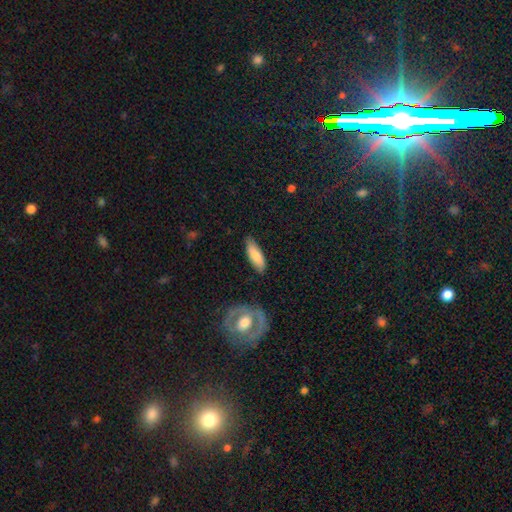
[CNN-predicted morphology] Smooth or featured? smooth (80%)
How rounded? in between (60%)
Merging? none (80%)